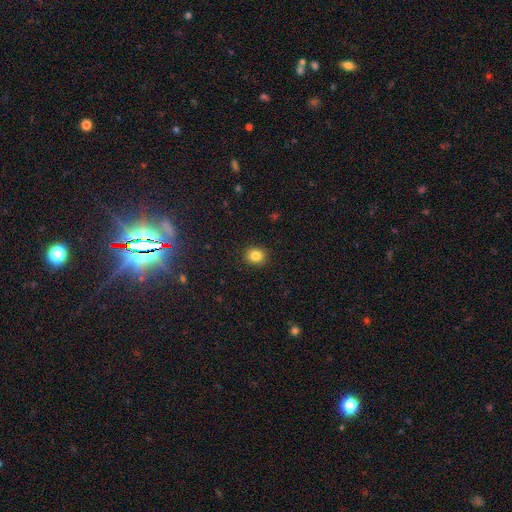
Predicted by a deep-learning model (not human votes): Smooth or featured: smooth — 84% (star or artifact — 11%)
How rounded: round — 81% (in between — 18%)
Merging: none — 92% (minor disturbance — 6%)